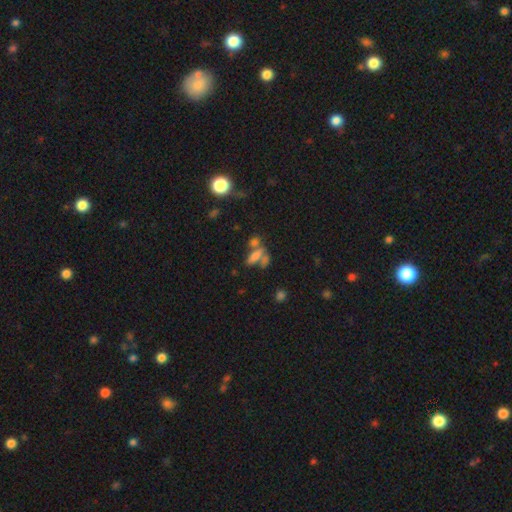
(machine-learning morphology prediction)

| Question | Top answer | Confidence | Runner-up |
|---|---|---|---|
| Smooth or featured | smooth | 64% | featured or disk (19%) |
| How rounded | in between | 62% | cigar-shaped (31%) |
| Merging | merger | 43% | none (35%) |